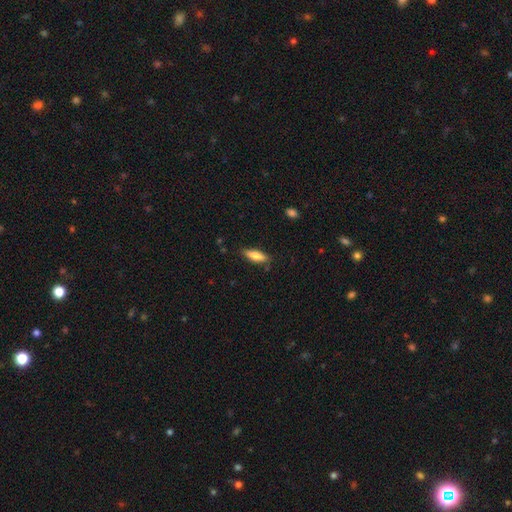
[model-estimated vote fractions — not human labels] Smooth or featured: smooth — 78% (featured or disk — 16%)
How rounded: in between — 53% (cigar-shaped — 45%)
Merging: none — 80% (minor disturbance — 15%)